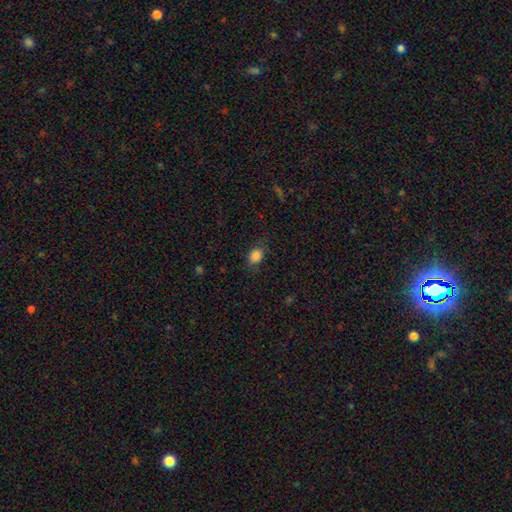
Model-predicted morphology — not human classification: A smooth galaxy with no disk features (84%) that is in between round and cigar-shaped (65%). Merging: none (74%).